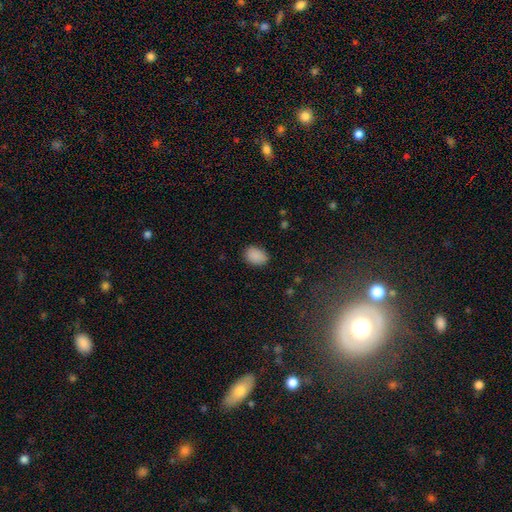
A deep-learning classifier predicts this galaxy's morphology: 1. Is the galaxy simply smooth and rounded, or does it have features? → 88% smooth, 8% star or artifact, 3% featured or disk.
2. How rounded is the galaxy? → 79% in between, 19% round, 1% cigar-shaped.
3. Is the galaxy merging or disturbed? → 85% none, 11% minor disturbance, 3% major disturbance, 1% merger.